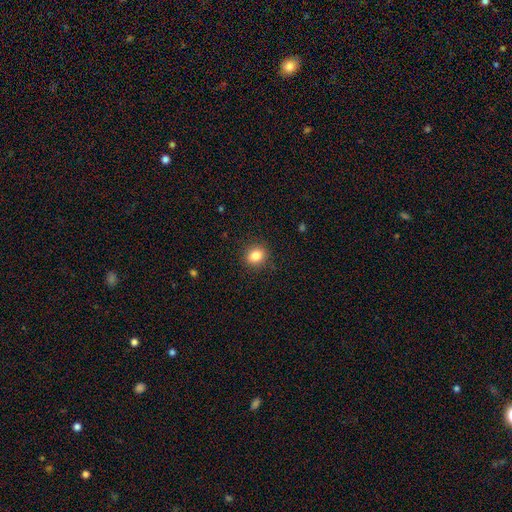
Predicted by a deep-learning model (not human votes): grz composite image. It shows a smooth galaxy with no disk features (84%) that is round (66%). Merging: none (89%).